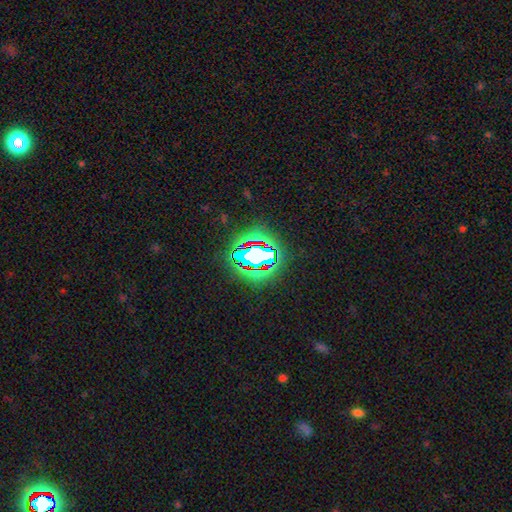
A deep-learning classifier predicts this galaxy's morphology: smooth-or-featured: star or artifact: 63% | smooth: 23% | featured or disk: 14%